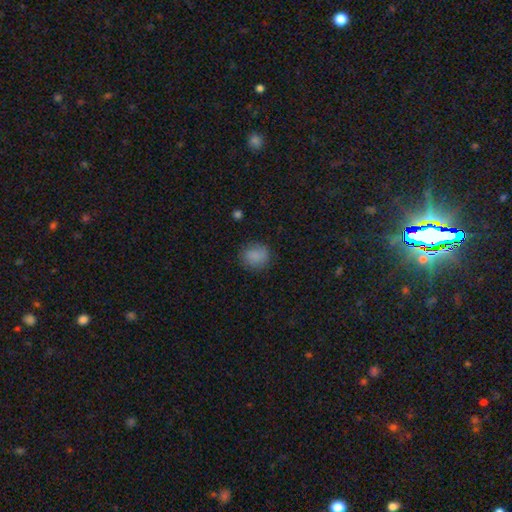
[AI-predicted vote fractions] Smooth or featured? Predicted: smooth (p=0.85). How rounded? Predicted: round (p=0.77). Merging? Predicted: none (p=0.83).